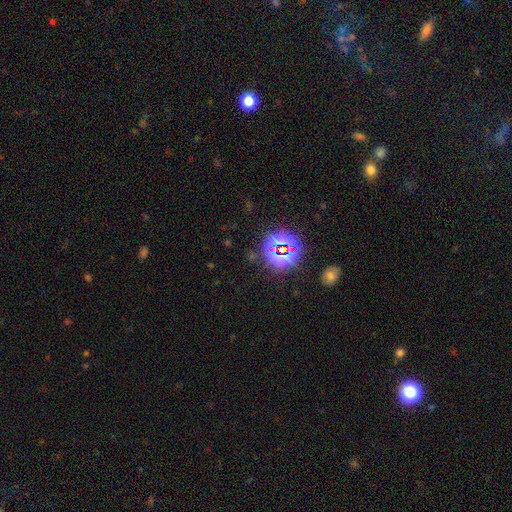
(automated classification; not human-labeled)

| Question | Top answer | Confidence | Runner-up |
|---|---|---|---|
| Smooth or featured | star or artifact | 76% | smooth (15%) |